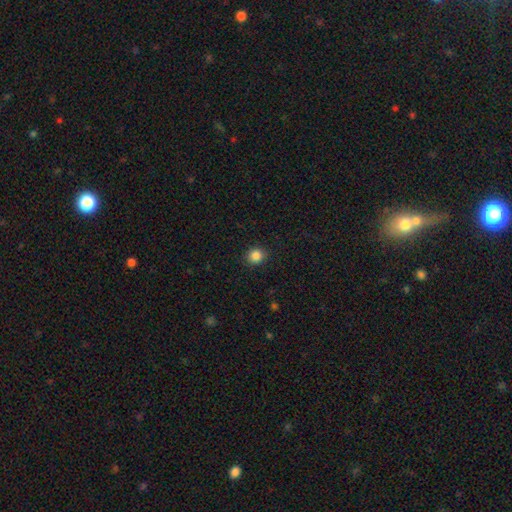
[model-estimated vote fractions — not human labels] Smooth or featured? smooth (85%)
How rounded? round (82%)
Merging? none (90%)